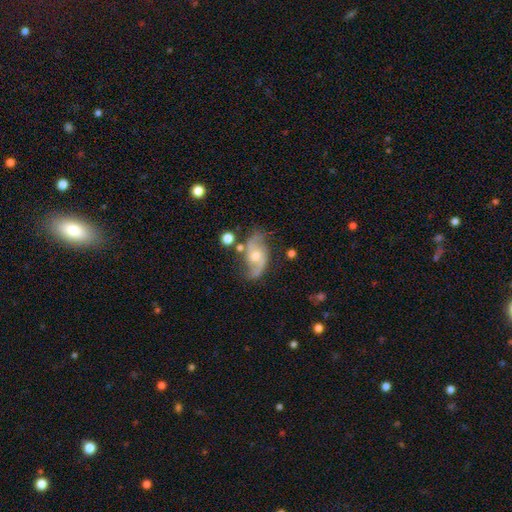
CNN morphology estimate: This is clearly a featured or disk galaxy (85%). It is clearly not viewed edge-on (97%). Bar: possibly no (55%). Spiral arm pattern: clearly yes (96%). Spiral arm count: clearly 2 (92%). Spiral winding: possibly loose (50%). Central bulge: possibly moderate (57%). Merging: likely none (72%).